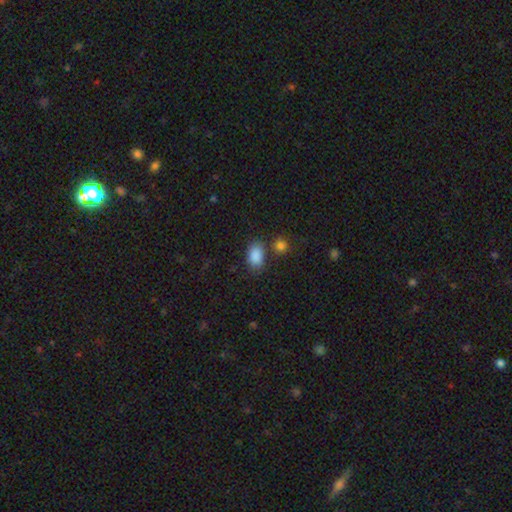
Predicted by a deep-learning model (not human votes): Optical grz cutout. It shows a smooth galaxy with no disk features (87%) that is in between round and cigar-shaped (86%). Merging: none (69%).